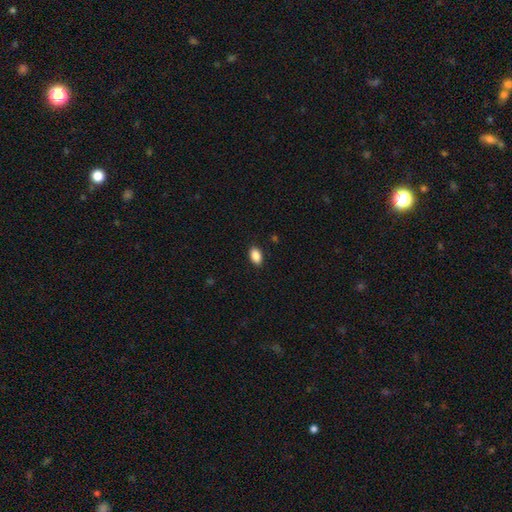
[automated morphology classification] smooth-or-featured: smooth: 89% | star or artifact: 8% | featured or disk: 3%
  how-rounded: in between: 90% | round: 8% | cigar-shaped: 2%
  merging: none: 88% | minor disturbance: 9% | major disturbance: 2% | merger: 1%